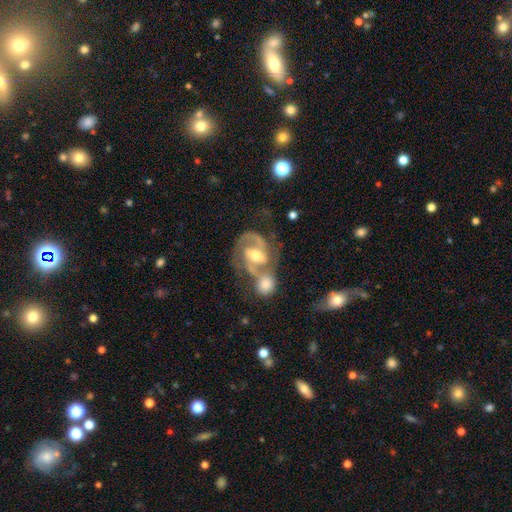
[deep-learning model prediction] smooth-or-featured: featured or disk: 86% | smooth: 8% | star or artifact: 5%
  disk-edge-on: no: 97% | yes: 3%
    bar: weak: 47% | strong: 31% | no: 22%
    has-spiral-arms: yes: 95% | no: 5%
      spiral-winding: medium: 55% | tight: 31% | loose: 14%
      spiral-arm-count: 2: 84% | can't tell: 6% | 1: 5% | 3: 3% | 4: 1% | more than 4: 1%
    bulge-size: moderate: 67% | small: 24% | large: 7% | none: 2% | dominant: 1%
  merging: merger: 48% | none: 32% | minor disturbance: 11% | major disturbance: 8%